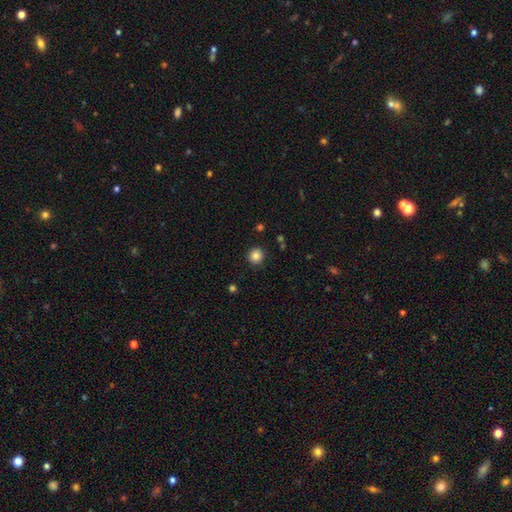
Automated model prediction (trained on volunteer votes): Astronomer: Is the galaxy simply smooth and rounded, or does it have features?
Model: smooth — 85%.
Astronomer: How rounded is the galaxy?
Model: round — 93%.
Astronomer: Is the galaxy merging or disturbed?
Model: none — 90%.